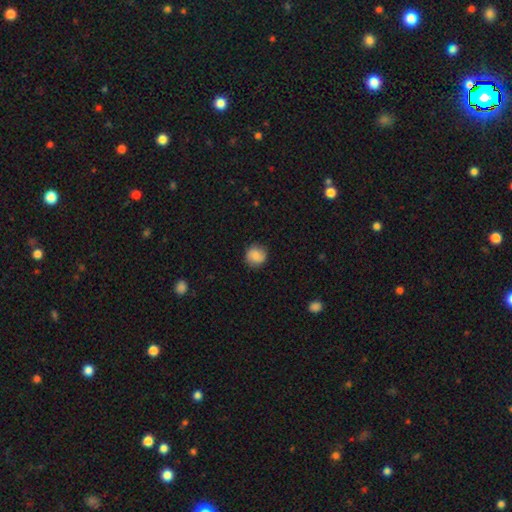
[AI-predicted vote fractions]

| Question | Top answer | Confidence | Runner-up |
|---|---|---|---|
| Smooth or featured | smooth | 81% | featured or disk (11%) |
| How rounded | round | 90% | in between (9%) |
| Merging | none | 85% | minor disturbance (11%) |